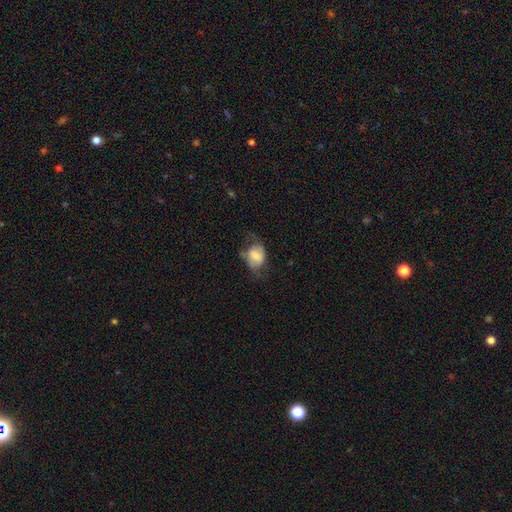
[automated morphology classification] Smooth or featured?
  - smooth: 59% *
  - featured or disk: 33%
  - star or artifact: 8%
How rounded?
  - in between: 63% *
  - round: 35%
  - cigar-shaped: 1%
Merging?
  - none: 45% *
  - minor disturbance: 28%
  - major disturbance: 25%
  - merger: 2%